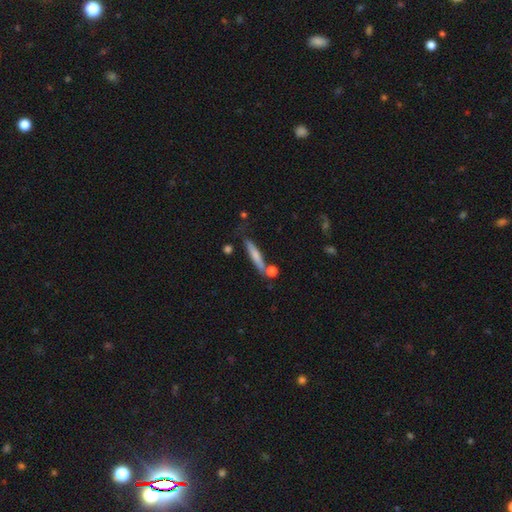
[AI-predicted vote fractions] Morphology: type=smooth (64%); roundness=cigar-shaped (89%); merging=none (70%).